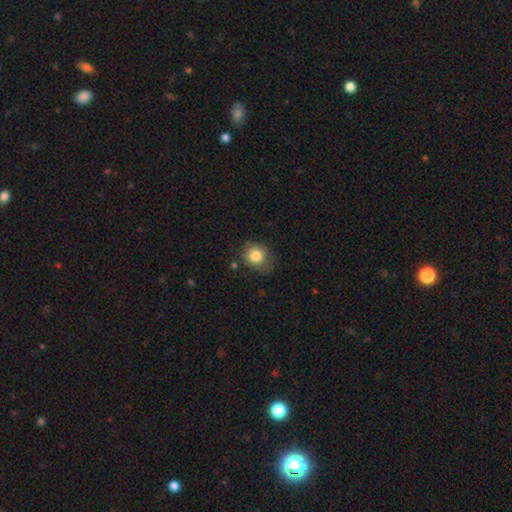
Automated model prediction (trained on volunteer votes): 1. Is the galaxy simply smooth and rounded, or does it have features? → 83% smooth, 9% star or artifact, 8% featured or disk.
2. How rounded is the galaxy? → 76% round, 23% in between, 1% cigar-shaped.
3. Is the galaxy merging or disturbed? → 65% none, 25% minor disturbance, 7% major disturbance, 3% merger.